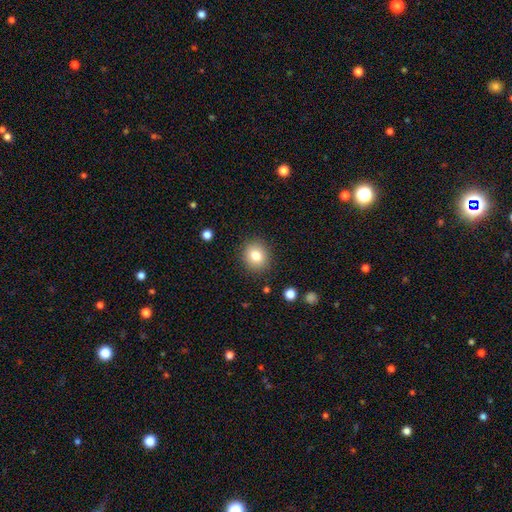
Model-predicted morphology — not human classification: The model was most divided on "how rounded": round: 75%, in between: 24%, cigar-shaped: 1%. More confident: merging — none (88%); smooth or featured — smooth (81%).